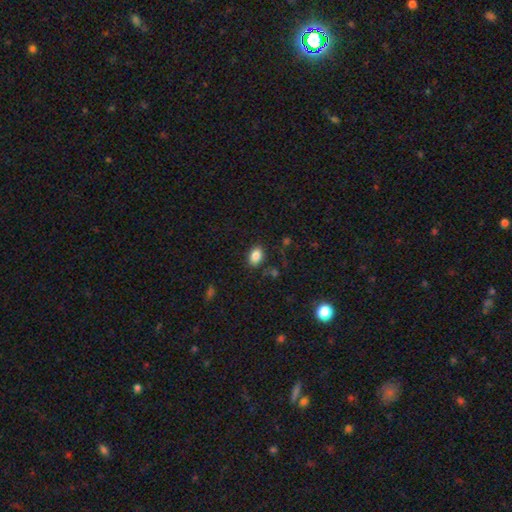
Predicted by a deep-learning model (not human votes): Smooth or featured?
  - smooth: 85% *
  - star or artifact: 9%
  - featured or disk: 6%
How rounded?
  - in between: 84% *
  - round: 15%
  - cigar-shaped: 1%
Merging?
  - none: 83% *
  - minor disturbance: 11%
  - major disturbance: 3%
  - merger: 2%